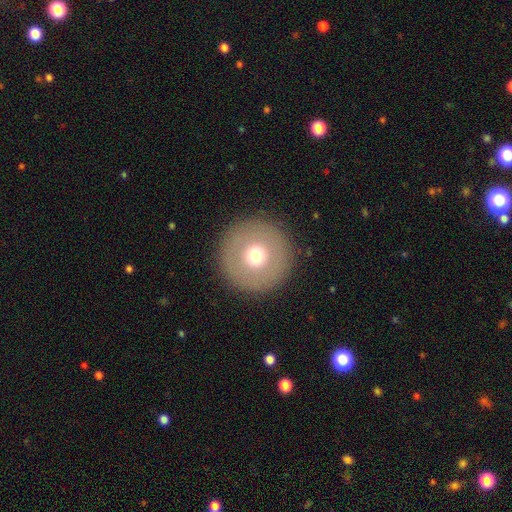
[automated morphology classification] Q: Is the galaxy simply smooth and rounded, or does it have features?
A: smooth — 64%.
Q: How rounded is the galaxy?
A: round — 97%.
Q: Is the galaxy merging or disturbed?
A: none — 91%.